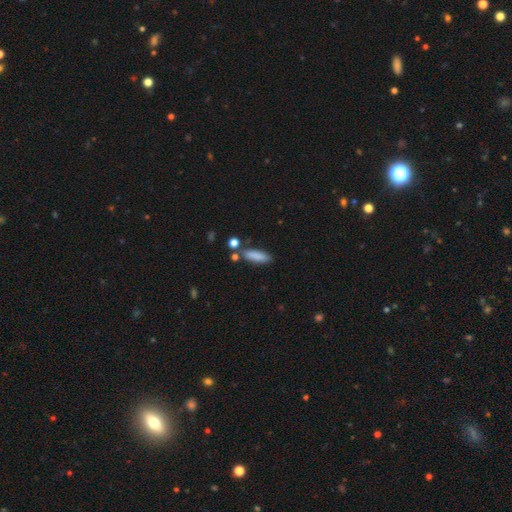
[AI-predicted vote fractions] smooth-or-featured: smooth: 85% | featured or disk: 8% | star or artifact: 7%
  how-rounded: cigar-shaped: 55% | in between: 42% | round: 3%
  merging: none: 75% | minor disturbance: 13% | merger: 8% | major disturbance: 4%